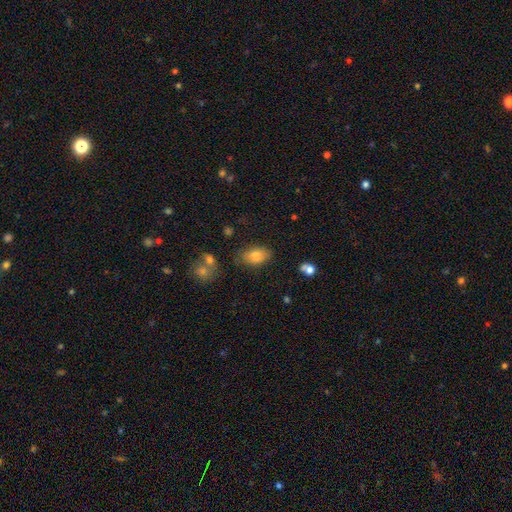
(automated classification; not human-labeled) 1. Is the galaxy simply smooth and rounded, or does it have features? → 79% smooth, 12% featured or disk, 9% star or artifact.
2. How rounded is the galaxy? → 91% in between, 7% round, 2% cigar-shaped.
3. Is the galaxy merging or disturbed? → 74% none, 18% minor disturbance, 4% major disturbance, 4% merger.